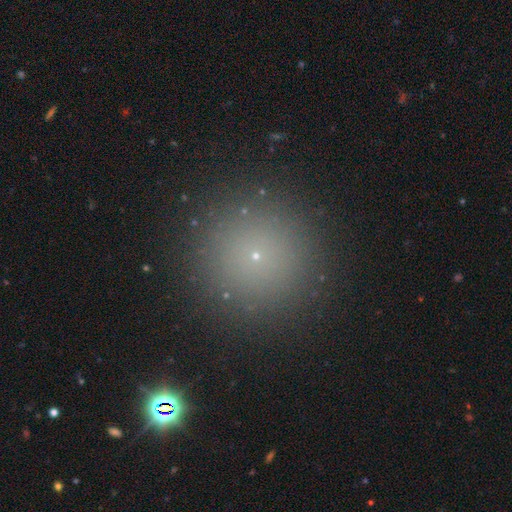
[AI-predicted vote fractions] Smooth or featured? Predicted: smooth (p=0.68). How rounded? Predicted: round (p=0.97). Merging? Predicted: none (p=0.92).